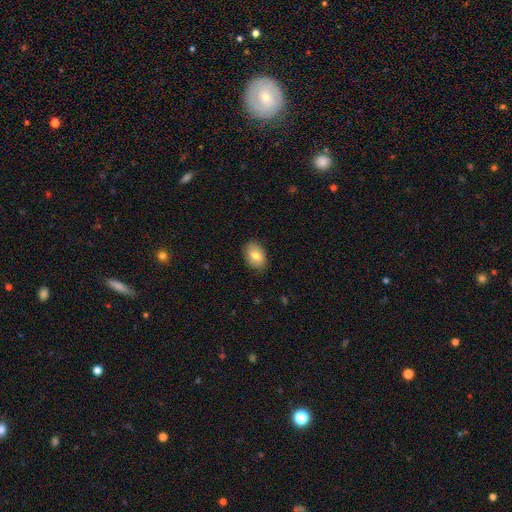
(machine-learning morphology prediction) The model was most divided on "smooth or featured": smooth: 78%, featured or disk: 15%, star or artifact: 7%. More confident: merging — none (86%); how rounded — in between (84%).